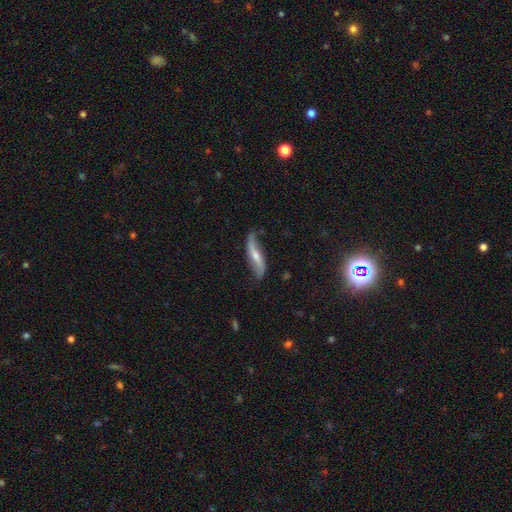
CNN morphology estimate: A featured or disk galaxy (72%) with no bar (37%), spiral arms (90%) and a moderate central bulge (47%).

Vote fractions:
- Smooth or featured? featured or disk: 72% / smooth: 22% / star or artifact: 6%
- Edge-on disk? no: 71% / yes: 29%
- Bar? no: 37% / strong: 32% / weak: 32%
- Spiral arms? yes: 90% / no: 10%
- Bulge size? moderate: 47% / small: 45% / none: 4% / large: 3% / dominant: 1%
- Merging? none: 67% / minor disturbance: 24% / major disturbance: 7% / merger: 2%